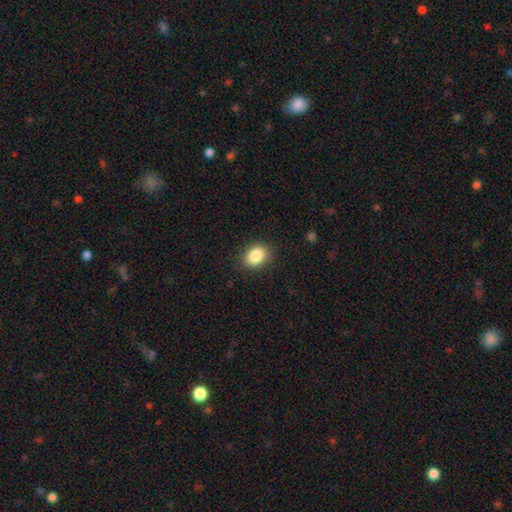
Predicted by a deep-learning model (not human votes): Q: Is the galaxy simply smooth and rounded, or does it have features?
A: smooth — 86%.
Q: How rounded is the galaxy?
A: in between — 70%.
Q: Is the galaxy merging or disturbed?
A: none — 88%.